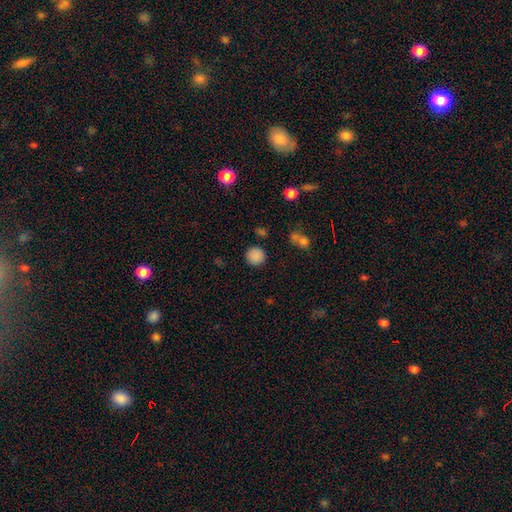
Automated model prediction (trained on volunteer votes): The model was most divided on "smooth or featured": smooth: 85%, star or artifact: 11%, featured or disk: 4%. More confident: how rounded — round (93%); merging — none (87%).